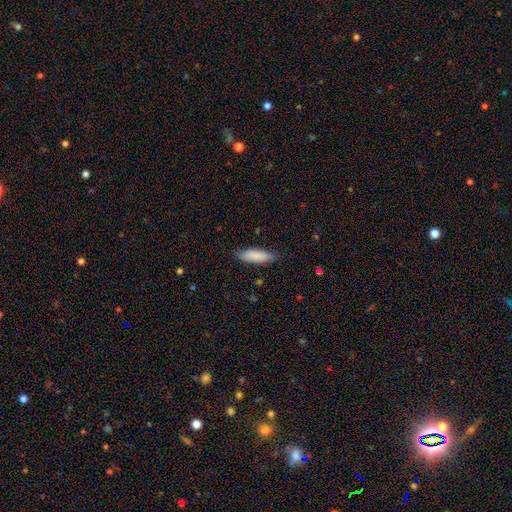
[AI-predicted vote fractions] Smooth or featured?
  - smooth: 86% *
  - featured or disk: 8%
  - star or artifact: 6%
How rounded?
  - cigar-shaped: 51% *
  - in between: 48%
  - round: 1%
Merging?
  - none: 84% *
  - minor disturbance: 13%
  - major disturbance: 2%
  - merger: 1%